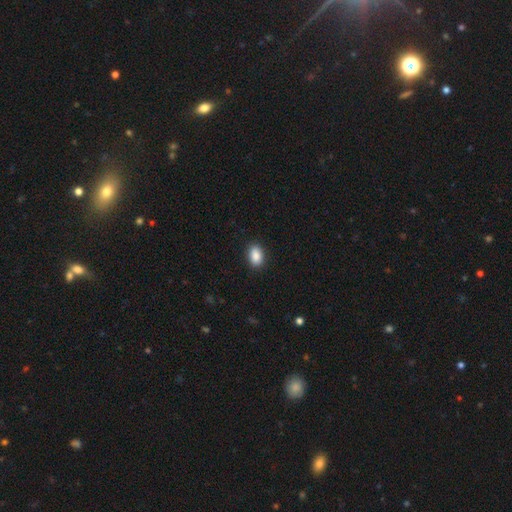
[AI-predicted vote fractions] Q: Smooth or featured?
A: smooth (89%); runner-up: star or artifact (8%)
Q: How rounded?
A: in between (86%); runner-up: round (12%)
Q: Merging?
A: none (90%); runner-up: minor disturbance (8%)